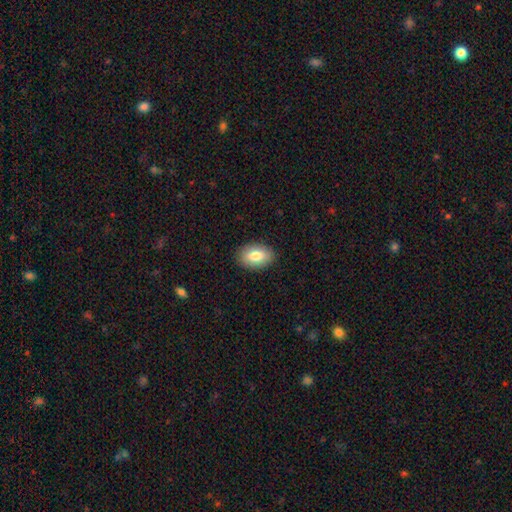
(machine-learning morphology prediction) smooth 81%, featured or disk 12%, star or artifact 7%. Down the decision tree: how rounded — in between (89%); merging — none (88%).